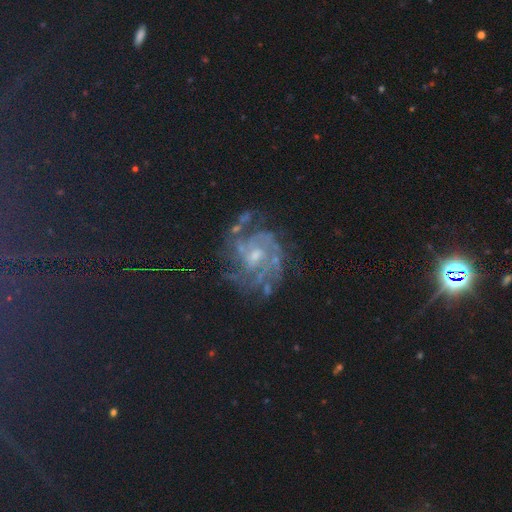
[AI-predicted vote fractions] A featured or disk galaxy (82%) with no bar (57%), tight (49%) spiral arms (89%) and a small central bulge (46%).

Vote fractions:
- Smooth or featured? featured or disk: 82% / star or artifact: 11% / smooth: 8%
- Edge-on disk? no: 98% / yes: 2%
- Bar? no: 57% / weak: 36% / strong: 7%
- Spiral arms? yes: 89% / no: 11%
- Spiral winding? tight: 49% / medium: 39% / loose: 12%
- Spiral arm count? can't tell: 37% / 3: 20% / 2: 18% / 4: 11% / more than 4: 7% / 1: 7%
- Bulge size? small: 46% / moderate: 44% / none: 6% / large: 3% / dominant: 1%
- Merging? none: 61% / minor disturbance: 19% / major disturbance: 15% / merger: 4%